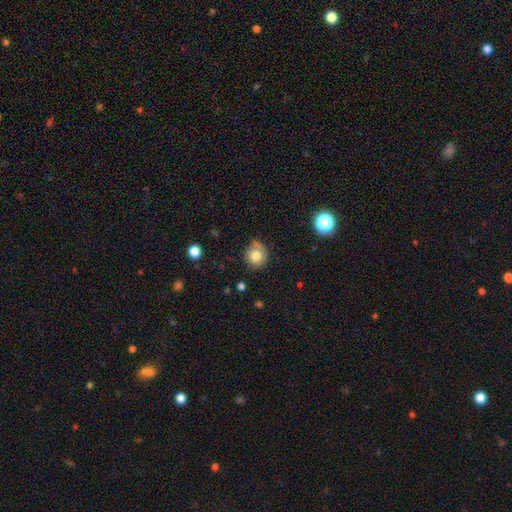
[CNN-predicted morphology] Smooth or featured: smooth — 77% (featured or disk — 12%)
How rounded: round — 88% (in between — 11%)
Merging: none — 67% (minor disturbance — 22%)